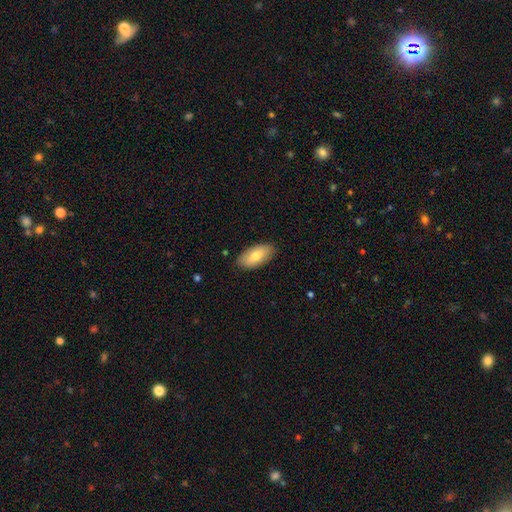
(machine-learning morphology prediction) A smooth galaxy with no disk features (74%) that is in between round and cigar-shaped (91%).

Vote fractions:
- Smooth or featured? smooth: 74% / featured or disk: 20% / star or artifact: 6%
- How rounded? in between: 91% / cigar-shaped: 6% / round: 2%
- Merging? none: 86% / minor disturbance: 11% / major disturbance: 2% / merger: 1%